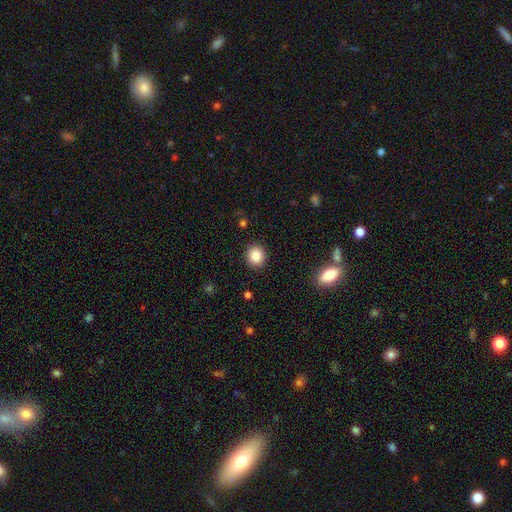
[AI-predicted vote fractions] Q: Smooth or featured?
A: smooth (85%); runner-up: star or artifact (10%)
Q: How rounded?
A: round (83%); runner-up: in between (16%)
Q: Merging?
A: none (91%); runner-up: minor disturbance (6%)